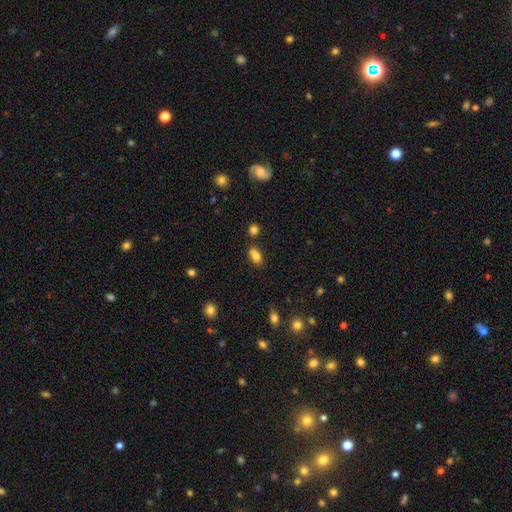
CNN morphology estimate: This appears to be a smooth galaxy with no disk features (80%) that is in between round and cigar-shaped (85%). Merging: none (63%).